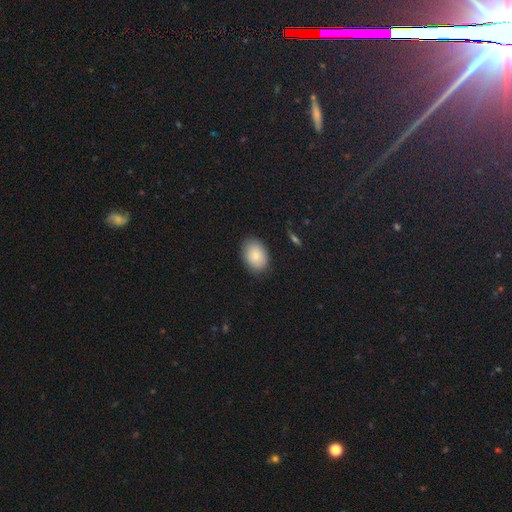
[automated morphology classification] This is clearly a smooth galaxy (84%). How rounded: clearly in between (82%). Merging: clearly none (86%).